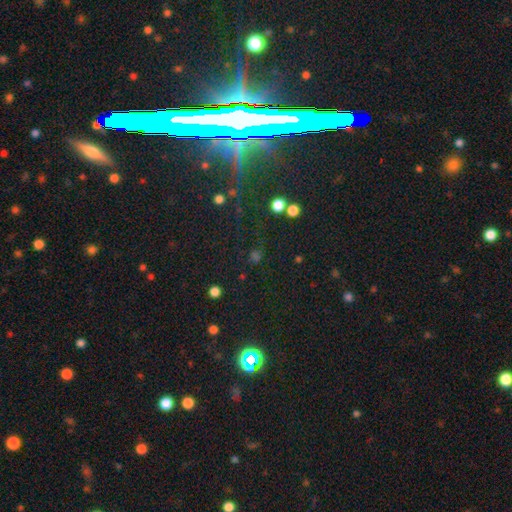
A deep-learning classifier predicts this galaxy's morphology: Smooth or featured?
  - star or artifact: 59% *
  - smooth: 32%
  - featured or disk: 9%